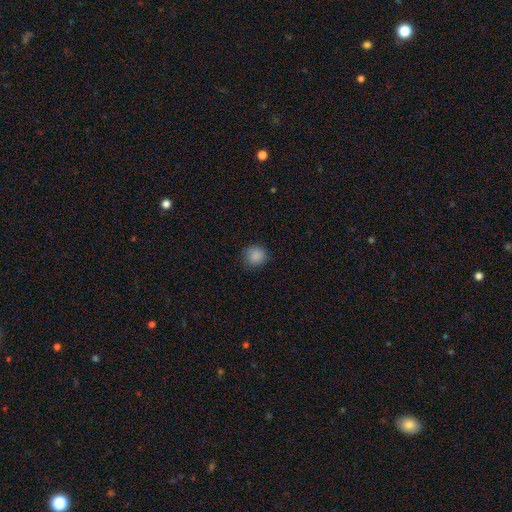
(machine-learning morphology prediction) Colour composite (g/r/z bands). It shows a smooth galaxy with no disk features (87%) that is round (90%). Merging: none (86%).